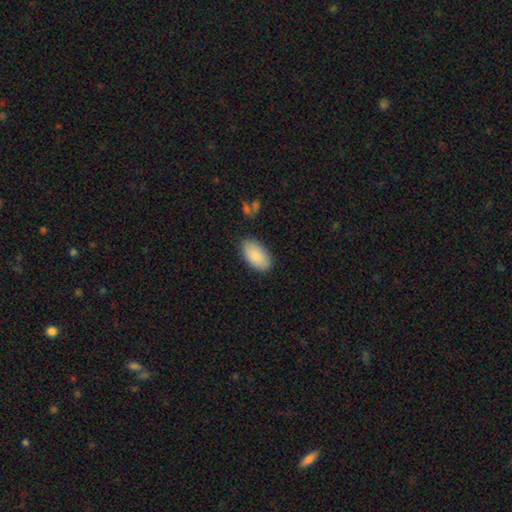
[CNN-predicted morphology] A smooth galaxy with no disk features (87%) that is in between round and cigar-shaped (95%). Merging: none (86%).